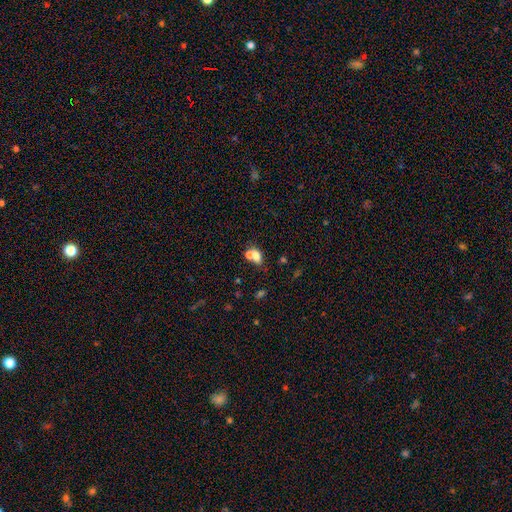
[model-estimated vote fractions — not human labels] Smooth or featured? Predicted: smooth (p=0.70). How rounded? Predicted: in between (p=0.67). Merging? Predicted: merger (p=0.60).